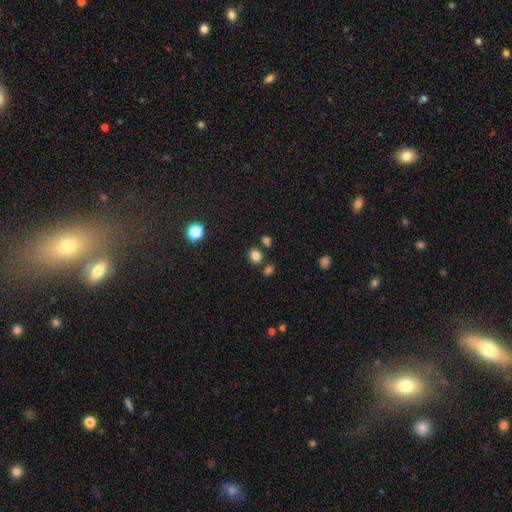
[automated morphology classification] Smooth or featured? Predicted: smooth (p=0.80). How rounded? Predicted: round (p=0.61). Merging? Predicted: none (p=0.77).